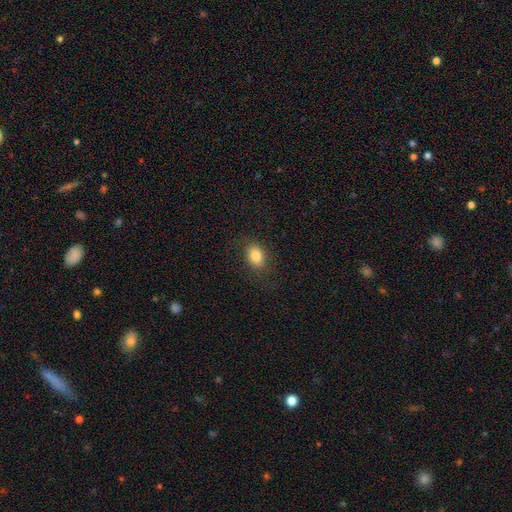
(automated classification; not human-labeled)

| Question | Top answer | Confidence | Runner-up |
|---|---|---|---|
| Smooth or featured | smooth | 83% | star or artifact (9%) |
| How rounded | in between | 72% | round (27%) |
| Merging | none | 80% | minor disturbance (13%) |